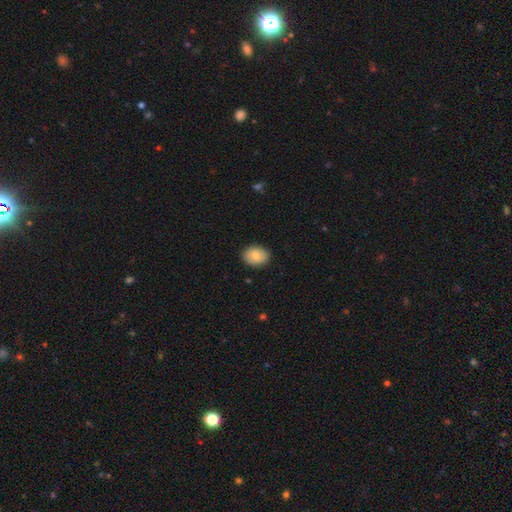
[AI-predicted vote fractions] The model was most divided on "how rounded": in between: 63%, round: 36%, cigar-shaped: 1%. More confident: merging — none (87%); smooth or featured — smooth (77%).